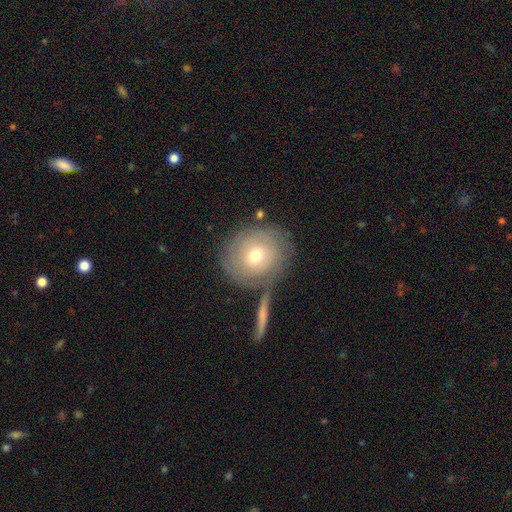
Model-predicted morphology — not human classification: A smooth galaxy with no disk features (51%) that is round (82%).

Vote fractions:
- Smooth or featured? smooth: 51% / featured or disk: 40% / star or artifact: 8%
- How rounded? round: 82% / in between: 17% / cigar-shaped: 1%
- Merging? none: 72% / minor disturbance: 14% / merger: 9% / major disturbance: 5%